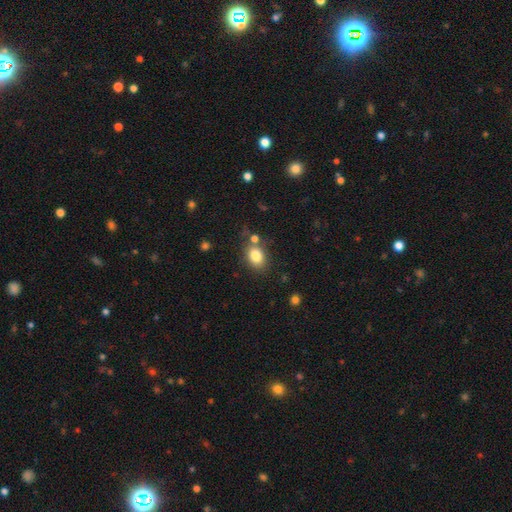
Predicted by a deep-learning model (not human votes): Smooth or featured? Predicted: smooth (p=0.82). How rounded? Predicted: in between (p=0.71). Merging? Predicted: none (p=0.69).